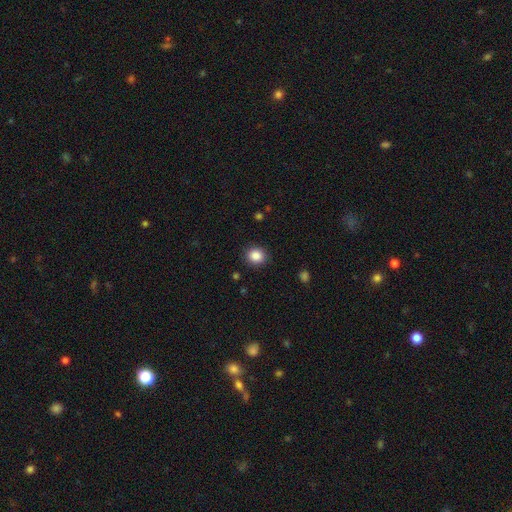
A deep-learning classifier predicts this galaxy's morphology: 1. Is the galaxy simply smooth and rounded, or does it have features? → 86% smooth, 10% star or artifact, 4% featured or disk.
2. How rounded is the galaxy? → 81% round, 18% in between, 1% cigar-shaped.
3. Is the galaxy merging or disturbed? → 89% none, 7% minor disturbance, 3% major disturbance, 1% merger.